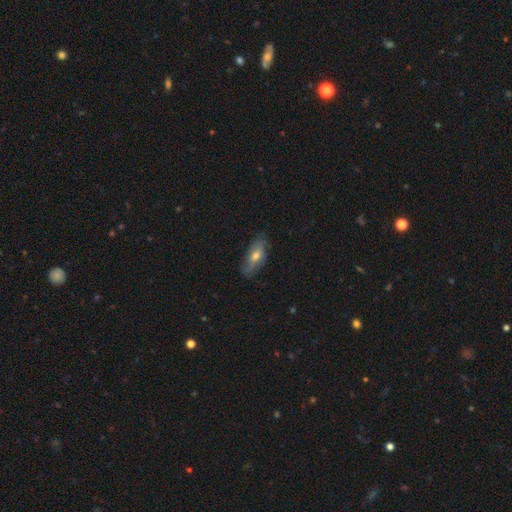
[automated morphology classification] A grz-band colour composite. It shows a smooth galaxy with no disk features (51%) that is in between round and cigar-shaped (70%). Merging: none (76%).